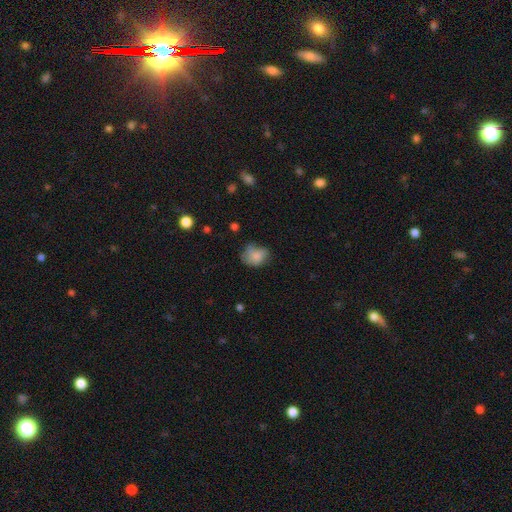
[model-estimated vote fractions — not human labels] This appears to be a smooth galaxy with no disk features (75%) that is in between round and cigar-shaped (55%). Merging: none (41%).